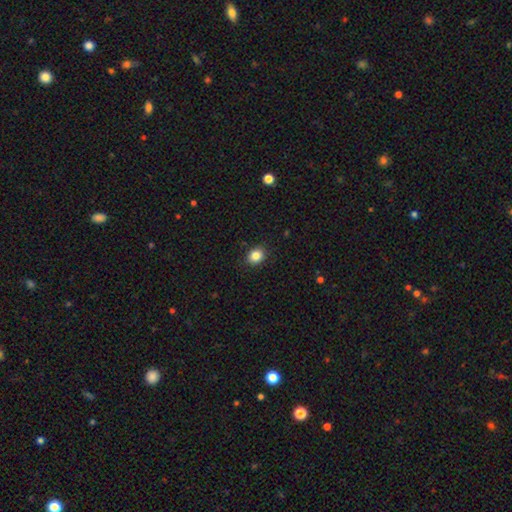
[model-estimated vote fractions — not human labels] smooth_or_featured: smooth (p=0.85) [alt: star or artifact p=0.10]
how_rounded: round (p=0.63) [alt: in between p=0.36]
merging: none (p=0.89) [alt: minor disturbance p=0.08]